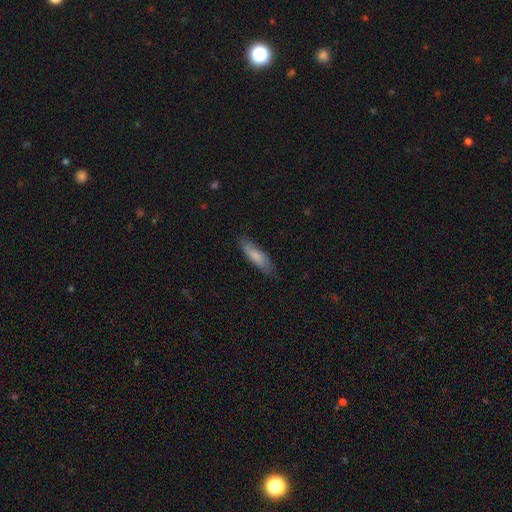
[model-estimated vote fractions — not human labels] Smooth or featured? Predicted: smooth (p=0.75). How rounded? Predicted: cigar-shaped (p=0.59). Merging? Predicted: none (p=0.79).